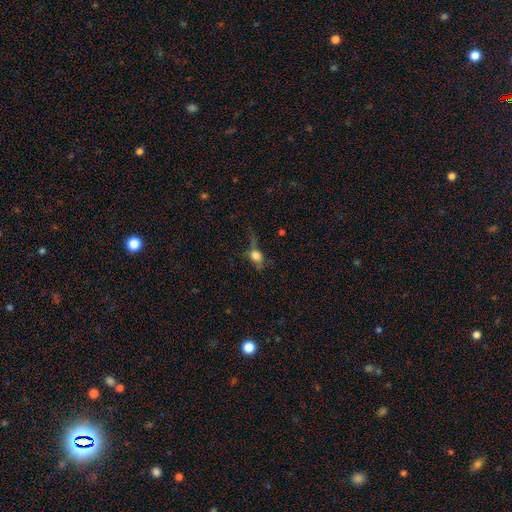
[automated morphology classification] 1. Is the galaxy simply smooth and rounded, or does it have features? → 65% smooth, 20% featured or disk, 15% star or artifact.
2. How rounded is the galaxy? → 47% round, 46% in between, 8% cigar-shaped.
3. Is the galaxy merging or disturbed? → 40% none, 31% major disturbance, 24% minor disturbance, 5% merger.